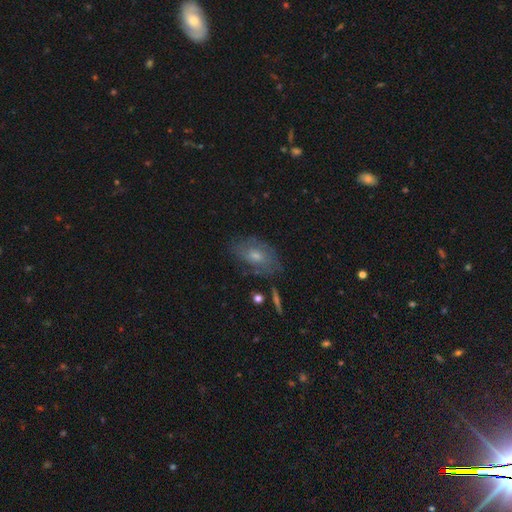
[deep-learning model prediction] This appears to be a featured or disk galaxy (48%). Merging: none (73%).